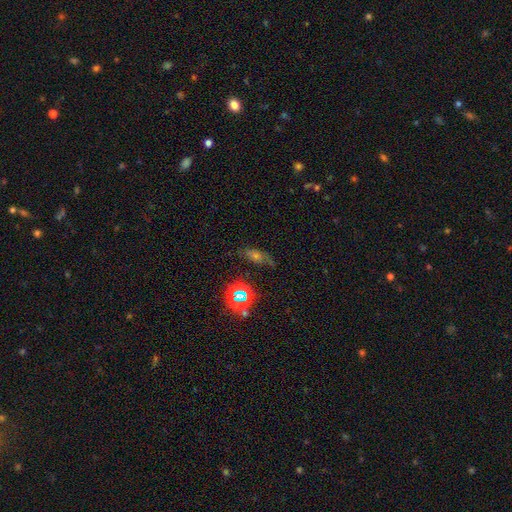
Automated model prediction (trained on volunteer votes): Q: Smooth or featured?
A: smooth (37%); tied with: star or artifact (37%)
Q: Merging?
A: none (69%); runner-up: minor disturbance (20%)